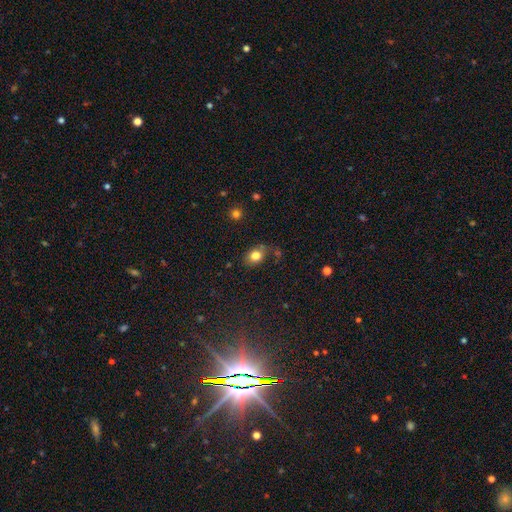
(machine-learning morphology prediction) Smooth or featured?
  - smooth: 80% *
  - star or artifact: 11%
  - featured or disk: 9%
How rounded?
  - in between: 54% *
  - round: 45%
  - cigar-shaped: 1%
Merging?
  - none: 67% *
  - minor disturbance: 20%
  - merger: 7%
  - major disturbance: 6%